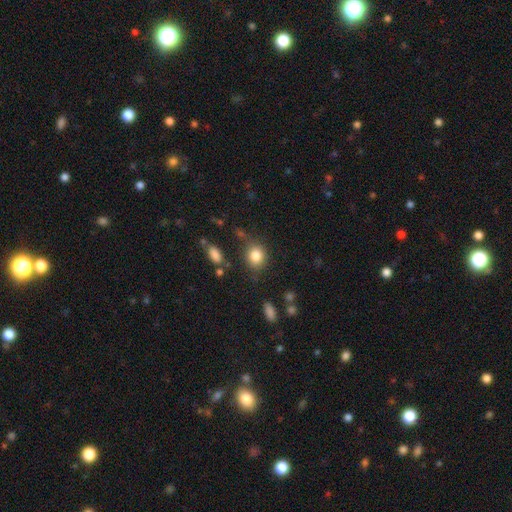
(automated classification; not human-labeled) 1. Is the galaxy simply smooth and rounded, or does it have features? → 84% smooth, 10% star or artifact, 6% featured or disk.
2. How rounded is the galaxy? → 66% round, 33% in between, 1% cigar-shaped.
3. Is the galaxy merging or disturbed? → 73% none, 17% minor disturbance, 5% major disturbance, 5% merger.